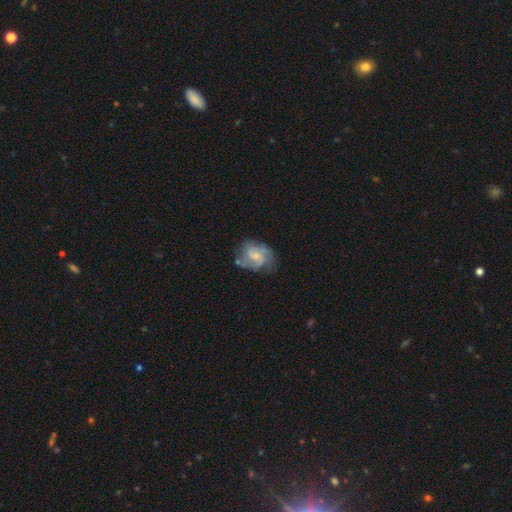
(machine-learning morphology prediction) Smooth or featured?
  - featured or disk: 65% *
  - smooth: 28%
  - star or artifact: 7%
Edge-on disk?
  - no: 98% *
  - yes: 2%
Bar?
  - no: 56% *
  - weak: 39%
  - strong: 6%
Spiral arms?
  - yes: 86% *
  - no: 14%
Spiral winding?
  - medium: 46% *
  - tight: 35%
  - loose: 18%
Spiral arm count?
  - 2: 47% *
  - can't tell: 25%
  - 3: 17%
  - 4: 4%
  - 1: 4%
  - more than 4: 3%
Bulge size?
  - small: 54% *
  - moderate: 31%
  - none: 11%
  - large: 3%
  - dominant: 1%
Merging?
  - none: 58% *
  - minor disturbance: 25%
  - major disturbance: 12%
  - merger: 5%